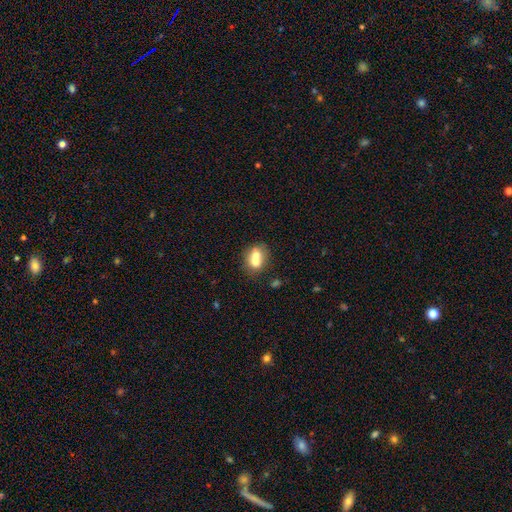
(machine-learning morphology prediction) Smooth or featured?
  - smooth: 66% *
  - featured or disk: 24%
  - star or artifact: 9%
How rounded?
  - round: 52% *
  - in between: 46%
  - cigar-shaped: 1%
Merging?
  - merger: 58% *
  - none: 31%
  - minor disturbance: 8%
  - major disturbance: 3%